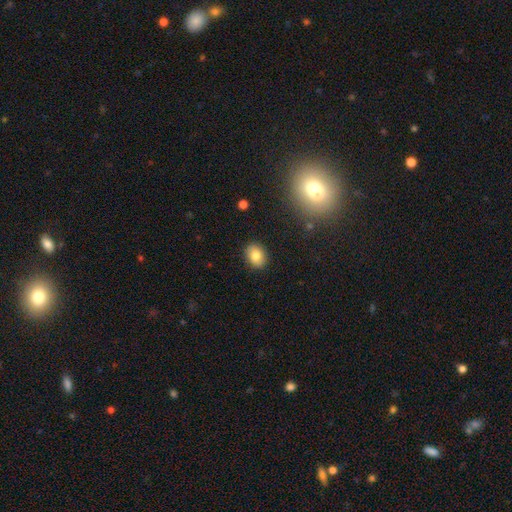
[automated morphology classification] type=smooth (80%); roundness=in between (58%); merging=none (88%).